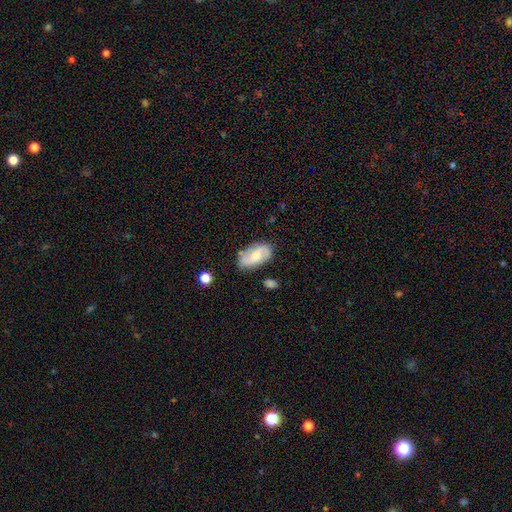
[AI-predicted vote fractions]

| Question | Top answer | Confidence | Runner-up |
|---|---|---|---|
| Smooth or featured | featured or disk | 63% | smooth (30%) |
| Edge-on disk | no | 95% | yes (5%) |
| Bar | no | 45% | weak (43%) |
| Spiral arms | yes | 89% | no (11%) |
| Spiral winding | loose | 47% | medium (37%) |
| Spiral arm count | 2 | 88% | can't tell (7%) |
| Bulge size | moderate | 54% | small (37%) |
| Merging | none | 78% | minor disturbance (16%) |